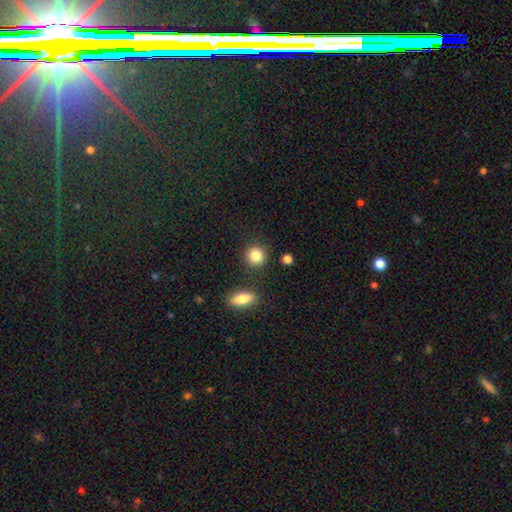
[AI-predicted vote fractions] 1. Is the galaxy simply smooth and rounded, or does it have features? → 86% smooth, 9% star or artifact, 5% featured or disk.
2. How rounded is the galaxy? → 87% round, 12% in between, 1% cigar-shaped.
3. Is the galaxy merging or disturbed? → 85% none, 8% minor disturbance, 5% merger, 3% major disturbance.